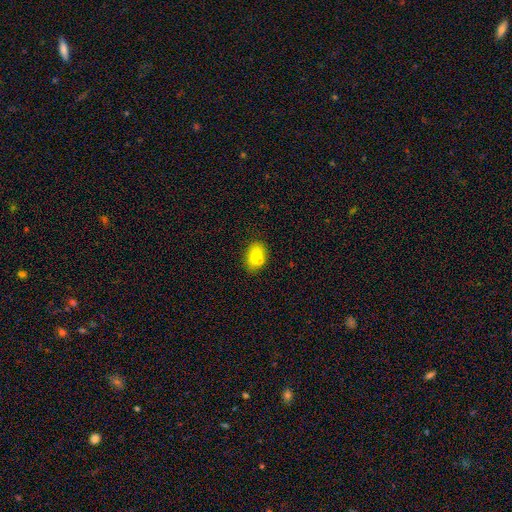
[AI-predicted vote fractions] Smooth or featured: smooth — 75% (featured or disk — 15%)
How rounded: in between — 80% (round — 19%)
Merging: none — 61% (merger — 21%)